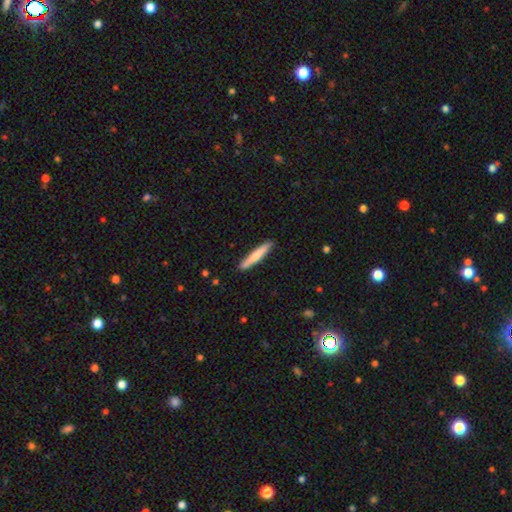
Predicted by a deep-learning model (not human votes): smooth 72%, featured or disk 23%, star or artifact 5%. Down the decision tree: how rounded — cigar-shaped (93%); merging — none (89%).